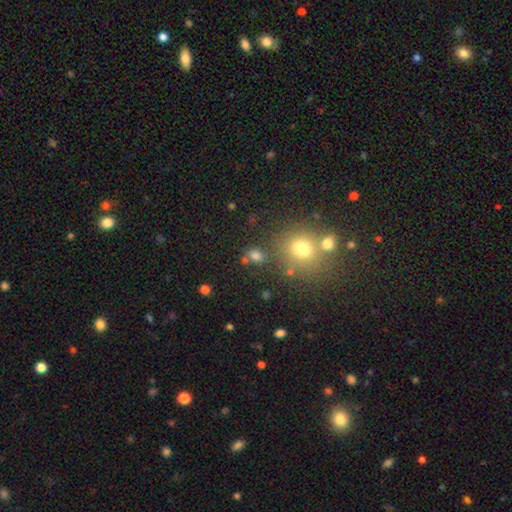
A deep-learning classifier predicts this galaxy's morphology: Q: Smooth or featured?
A: smooth (72%); runner-up: star or artifact (19%)
Q: How rounded?
A: round (58%); runner-up: in between (40%)
Q: Merging?
A: none (64%); runner-up: merger (17%)